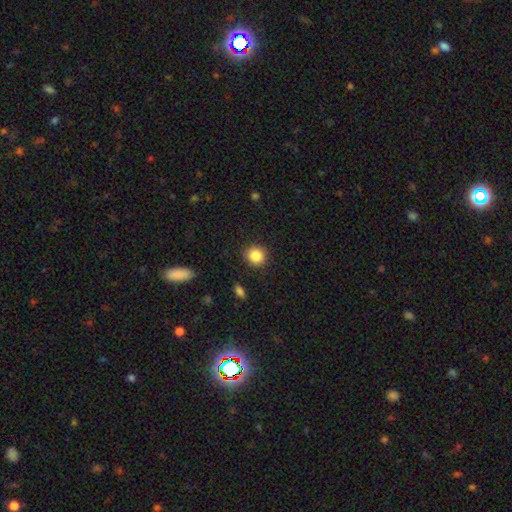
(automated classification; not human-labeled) Morphology: type=smooth (86%); roundness=round (88%); merging=none (89%).